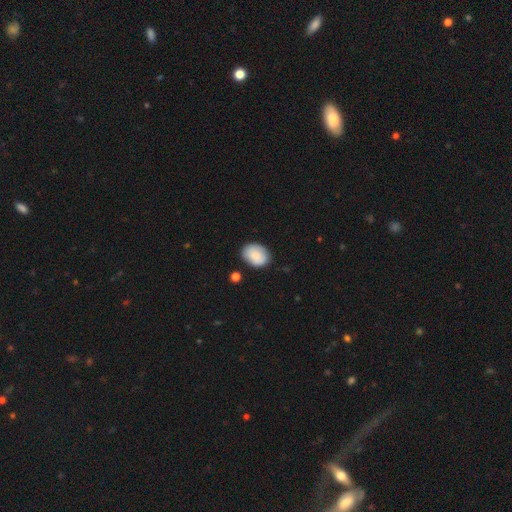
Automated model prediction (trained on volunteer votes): Smooth or featured?
  - smooth: 83% *
  - featured or disk: 10%
  - star or artifact: 7%
How rounded?
  - in between: 71% *
  - round: 28%
  - cigar-shaped: 1%
Merging?
  - none: 77% *
  - minor disturbance: 17%
  - major disturbance: 3%
  - merger: 3%